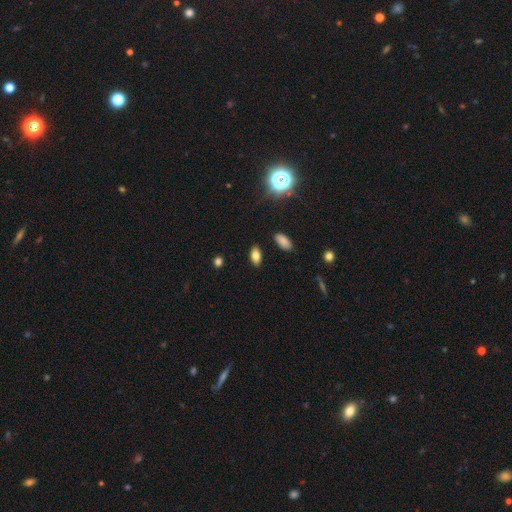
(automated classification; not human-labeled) Smooth or featured: smooth — 77% (star or artifact — 12%)
How rounded: in between — 89% (cigar-shaped — 7%)
Merging: none — 86% (minor disturbance — 9%)